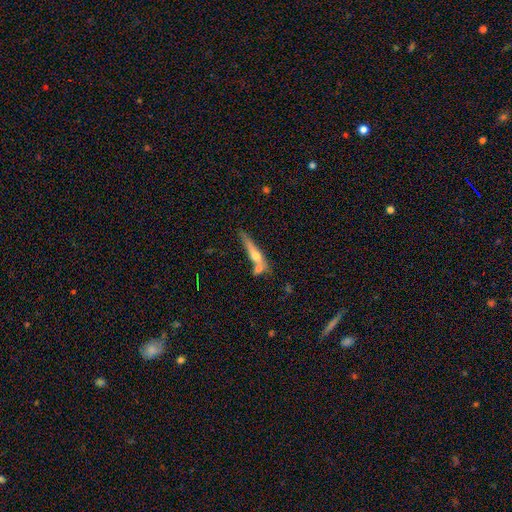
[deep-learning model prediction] This appears to be a smooth galaxy with no disk features (50%). Merging: none (43%).